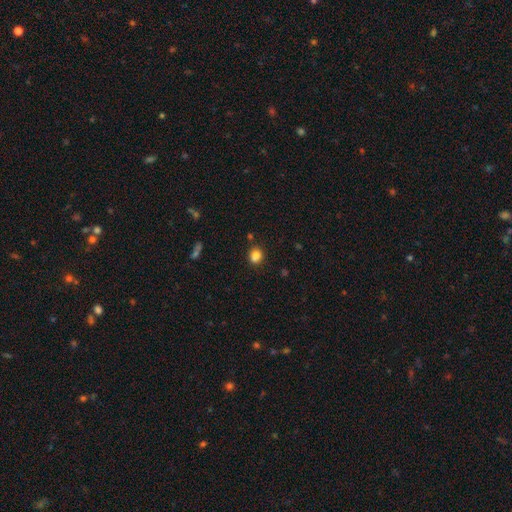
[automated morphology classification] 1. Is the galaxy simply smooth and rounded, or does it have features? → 83% smooth, 12% star or artifact, 5% featured or disk.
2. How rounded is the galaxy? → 64% round, 35% in between, 1% cigar-shaped.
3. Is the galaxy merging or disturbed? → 72% none, 14% minor disturbance, 10% merger, 4% major disturbance.